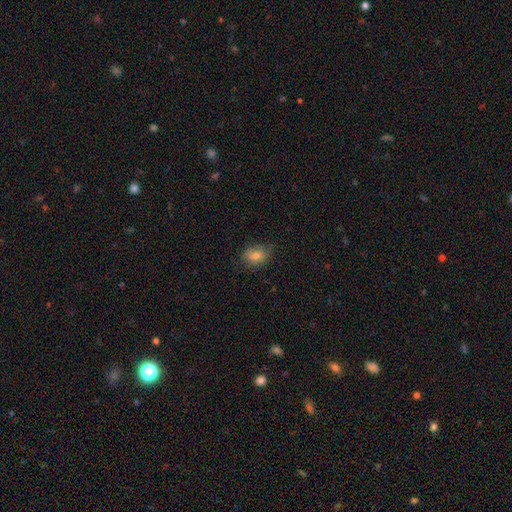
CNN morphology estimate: This is likely a smooth galaxy (71%). How rounded: likely in between (65%). Merging: likely none (67%).